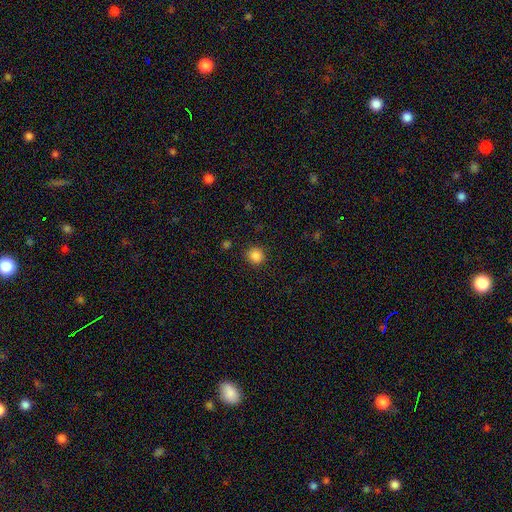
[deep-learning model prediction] Morphology: type=smooth (86%); roundness=round (89%); merging=none (90%).